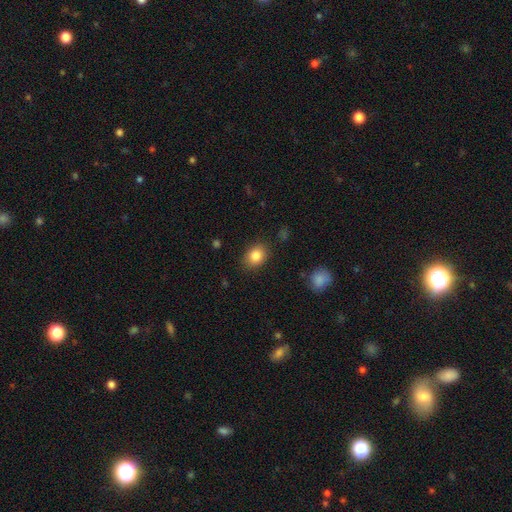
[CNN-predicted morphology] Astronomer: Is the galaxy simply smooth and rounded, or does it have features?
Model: smooth — 84%.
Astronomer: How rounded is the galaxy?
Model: in between — 61% (runner-up: round, 38%).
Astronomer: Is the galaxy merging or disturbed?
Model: none — 85%.